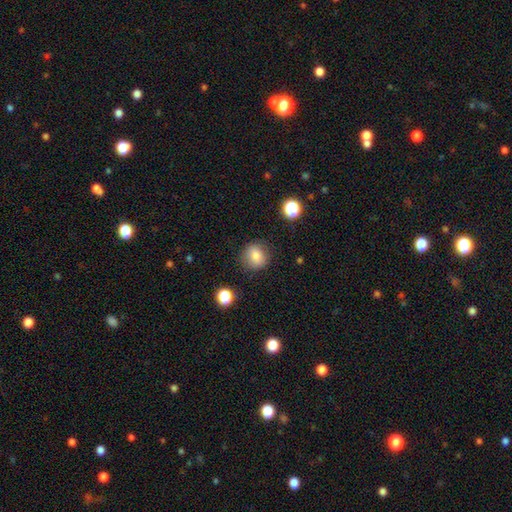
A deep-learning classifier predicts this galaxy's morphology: Smooth or featured: smooth — 81% (star or artifact — 11%)
How rounded: round — 83% (in between — 16%)
Merging: none — 84% (minor disturbance — 11%)